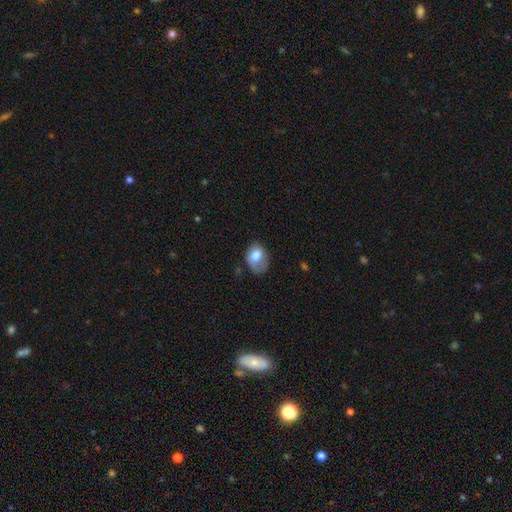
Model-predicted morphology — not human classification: smooth_or_featured: smooth (p=0.75) [alt: featured or disk p=0.18]
how_rounded: in between (p=0.67) [alt: round p=0.32]
merging: none (p=0.38) [alt: minor disturbance p=0.36]